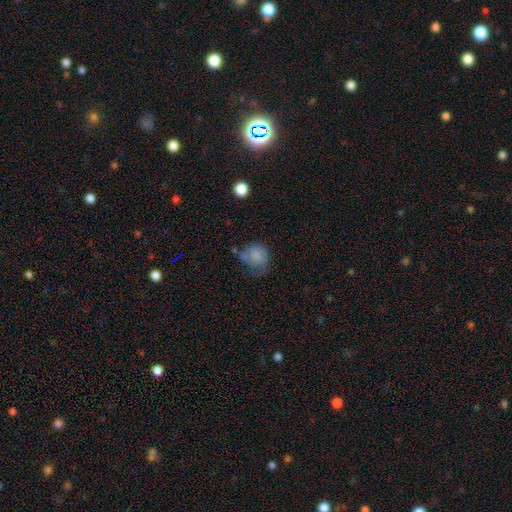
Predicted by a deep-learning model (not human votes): A smooth galaxy with no disk features (73%) that is round (65%). Merging: none (38%).